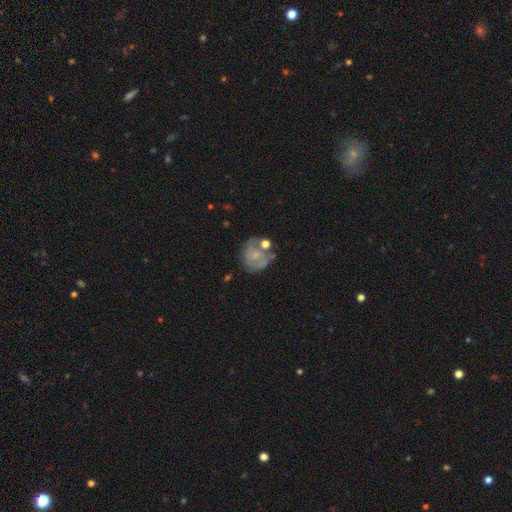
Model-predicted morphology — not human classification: Overall: featured or disk (61%; smooth 30%). Edge-on disk: no (98%). Bar: no (71%). Spiral arms: yes (70%; no 30%). Bulge size: small (54%; moderate 23%). Merging: none (49%; minor disturbance 23%).